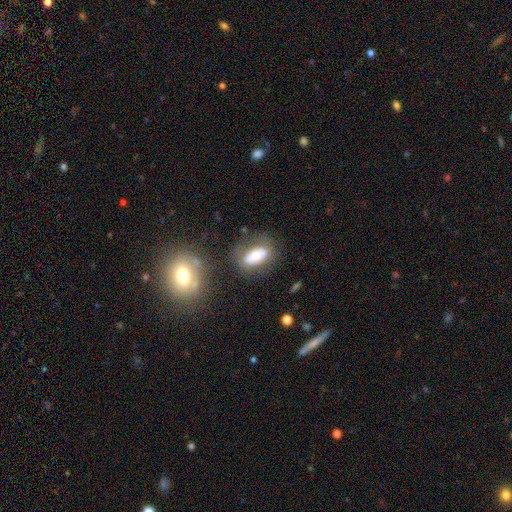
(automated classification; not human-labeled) This appears to be a smooth galaxy with no disk features (56%) that is in between round and cigar-shaped (86%). Merging: none (60%).